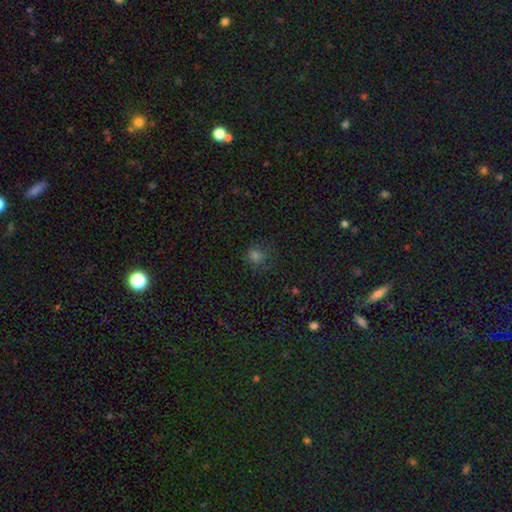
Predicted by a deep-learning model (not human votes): Overall: smooth (66%; star or artifact 26%). How rounded: round (78%). Merging: none (73%).